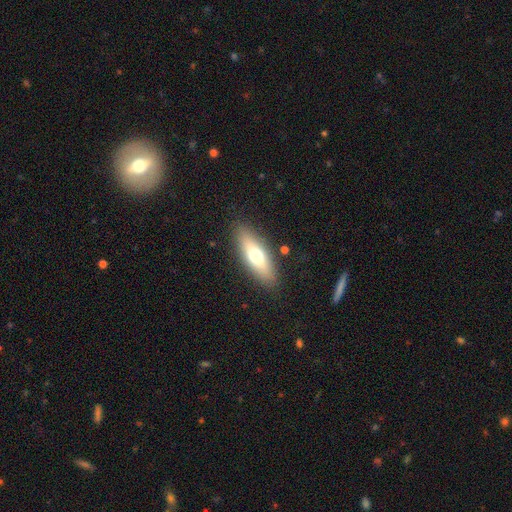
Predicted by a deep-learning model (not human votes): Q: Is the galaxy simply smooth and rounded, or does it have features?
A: smooth — 64%.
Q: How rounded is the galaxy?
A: in between — 60%.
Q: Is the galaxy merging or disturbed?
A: none — 86%.